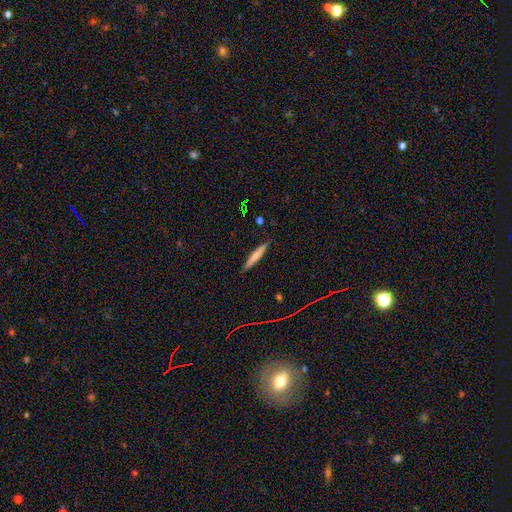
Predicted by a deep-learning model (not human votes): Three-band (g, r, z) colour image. It shows a smooth galaxy with no disk features (69%) that is cigar-shaped (93%). Merging: none (88%).